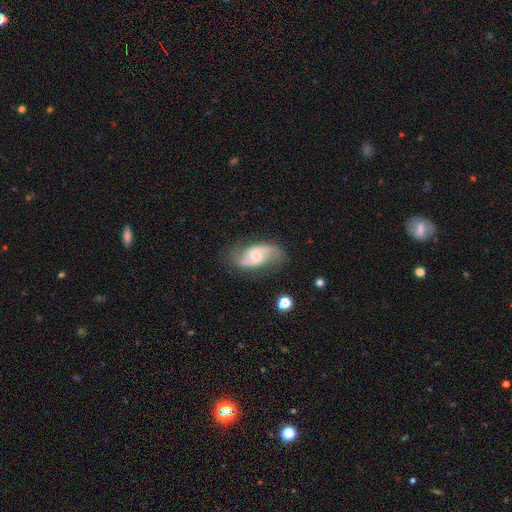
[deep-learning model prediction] Smooth or featured: featured or disk — 80% (smooth — 14%)
Edge-on disk: no — 95% (yes — 5%)
Bar: no — 52% (weak — 39%)
Spiral arms: yes — 93% (no — 7%)
Spiral winding: loose — 52% (medium — 37%)
Spiral arm count: 2 — 88% (can't tell — 6%)
Bulge size: moderate — 54% (small — 40%)
Merging: none — 71% (minor disturbance — 19%)